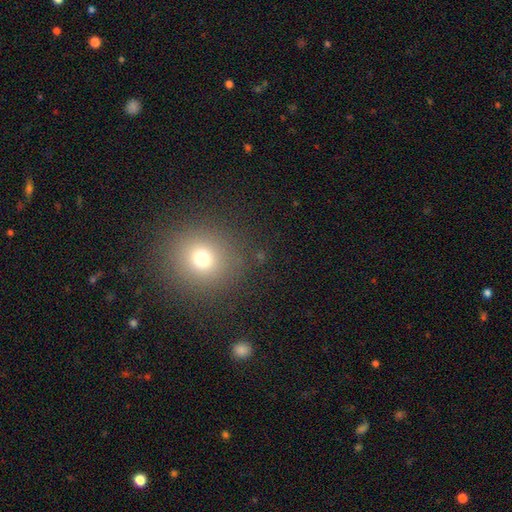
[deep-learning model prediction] The model was most divided on "smooth or featured": smooth: 66%, star or artifact: 25%, featured or disk: 9%. More confident: how rounded — round (90%); merging — none (89%).